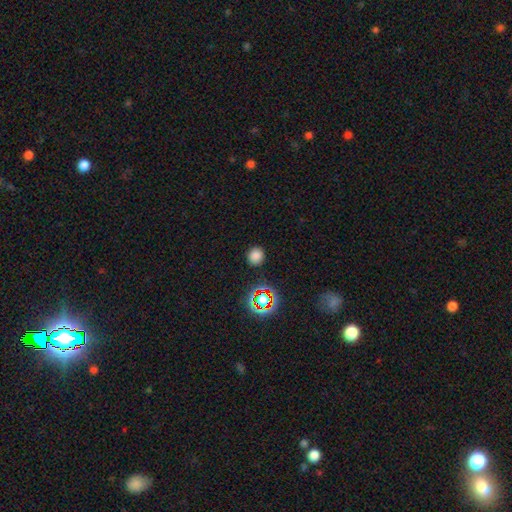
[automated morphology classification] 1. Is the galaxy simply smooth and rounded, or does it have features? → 77% smooth, 19% star or artifact, 5% featured or disk.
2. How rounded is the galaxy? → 84% round, 15% in between, 1% cigar-shaped.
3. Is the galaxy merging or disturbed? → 88% none, 8% minor disturbance, 3% major disturbance, 2% merger.